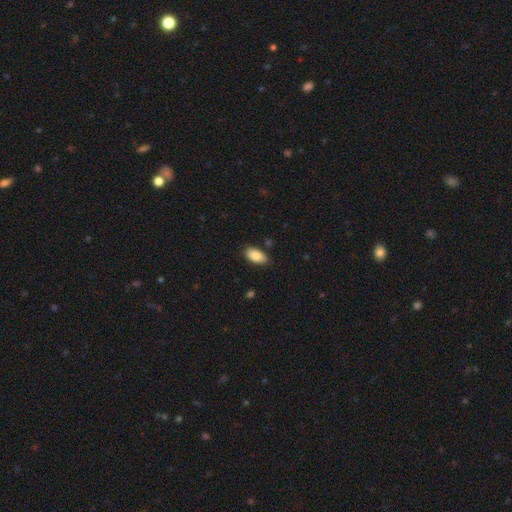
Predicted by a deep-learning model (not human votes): Smooth or featured: smooth — 85% (featured or disk — 8%)
How rounded: in between — 94% (round — 4%)
Merging: none — 80% (minor disturbance — 16%)